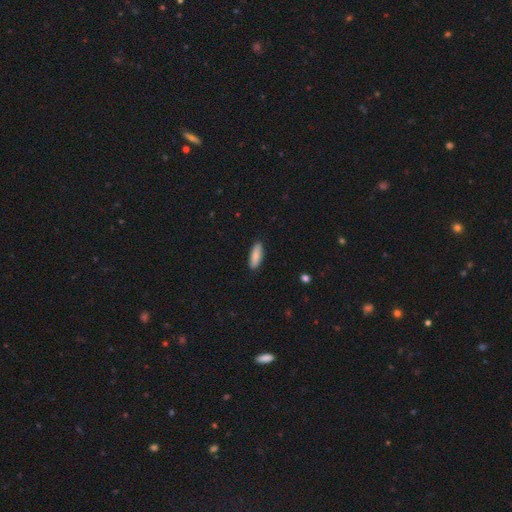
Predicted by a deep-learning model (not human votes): Overall: smooth (85%). How rounded: in between (65%; cigar-shaped 33%). Merging: none (89%).